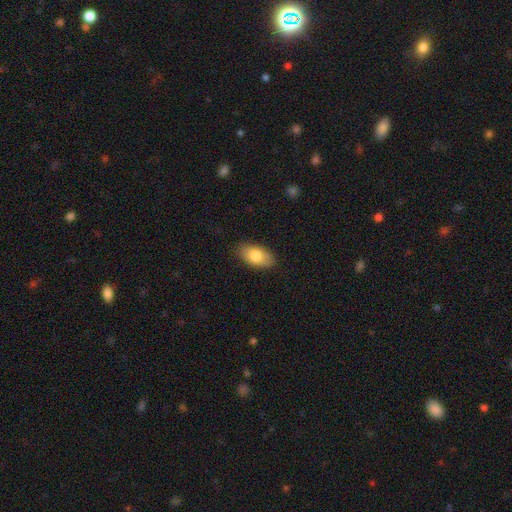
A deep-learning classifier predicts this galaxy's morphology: Smooth or featured?
  - smooth: 79% *
  - featured or disk: 14%
  - star or artifact: 7%
How rounded?
  - in between: 93% *
  - round: 4%
  - cigar-shaped: 2%
Merging?
  - none: 87% *
  - minor disturbance: 10%
  - major disturbance: 2%
  - merger: 1%